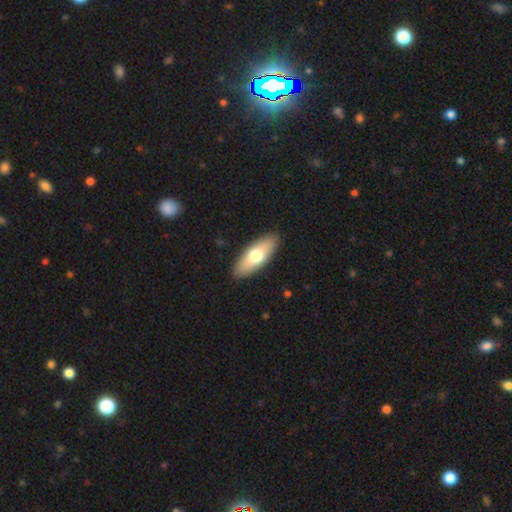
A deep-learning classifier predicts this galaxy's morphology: This appears to be a smooth galaxy with no disk features (68%) that is in between round and cigar-shaped (74%). Merging: none (90%).